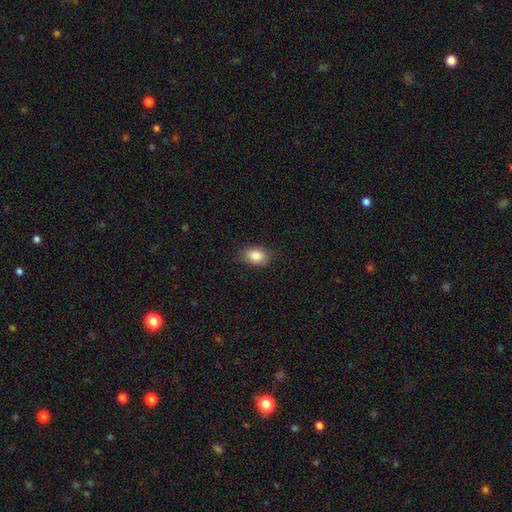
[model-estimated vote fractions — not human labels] A smooth galaxy with no disk features (87%) that is in between round and cigar-shaped (82%). Merging: none (85%).